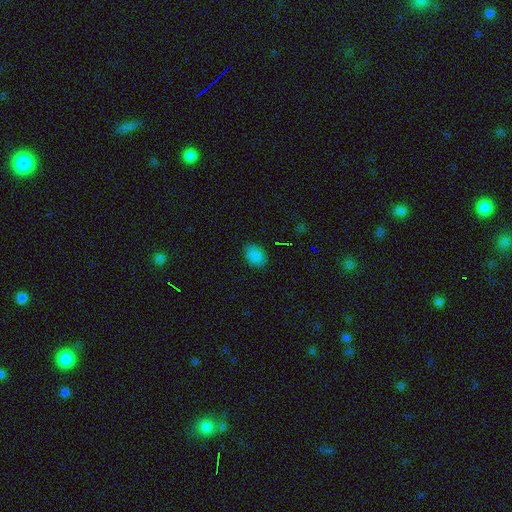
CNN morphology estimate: Q: Smooth or featured?
A: smooth (85%); runner-up: star or artifact (10%)
Q: How rounded?
A: in between (74%); runner-up: round (25%)
Q: Merging?
A: none (87%); runner-up: minor disturbance (10%)